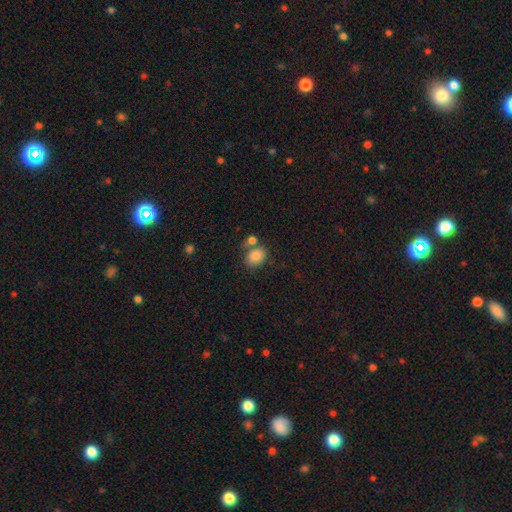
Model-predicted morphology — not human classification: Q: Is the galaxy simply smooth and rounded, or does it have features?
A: smooth — 84%.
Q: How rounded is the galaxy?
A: in between — 64%.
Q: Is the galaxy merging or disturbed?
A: none — 53%.